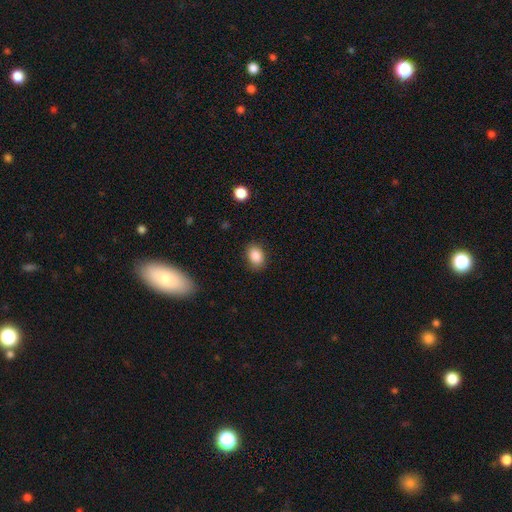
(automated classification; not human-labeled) Q: Smooth or featured?
A: smooth (87%); runner-up: star or artifact (8%)
Q: How rounded?
A: in between (73%); runner-up: round (26%)
Q: Merging?
A: none (85%); runner-up: minor disturbance (11%)